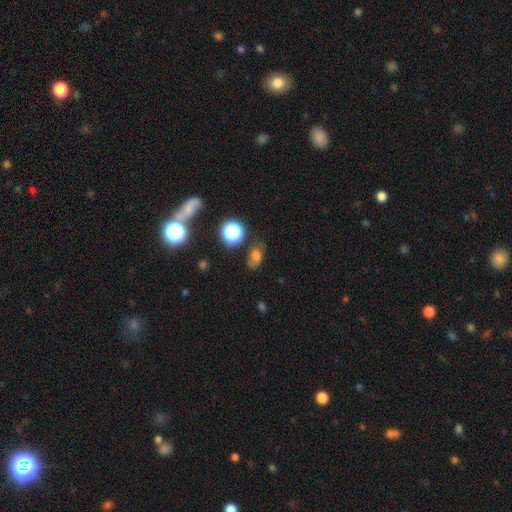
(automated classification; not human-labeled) smooth_or_featured: smooth (p=0.60) [alt: star or artifact p=0.23]
how_rounded: in between (p=0.74) [alt: round p=0.23]
merging: none (p=0.67) [alt: minor disturbance p=0.20]